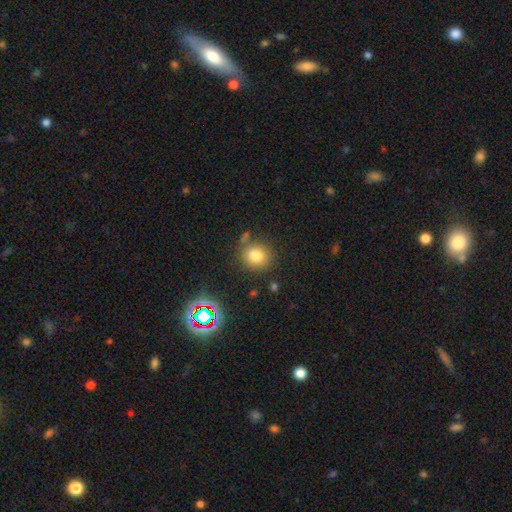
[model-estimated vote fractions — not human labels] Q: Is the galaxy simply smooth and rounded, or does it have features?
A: smooth — 80%.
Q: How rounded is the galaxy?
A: round — 75%.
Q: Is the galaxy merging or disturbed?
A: none — 75%.